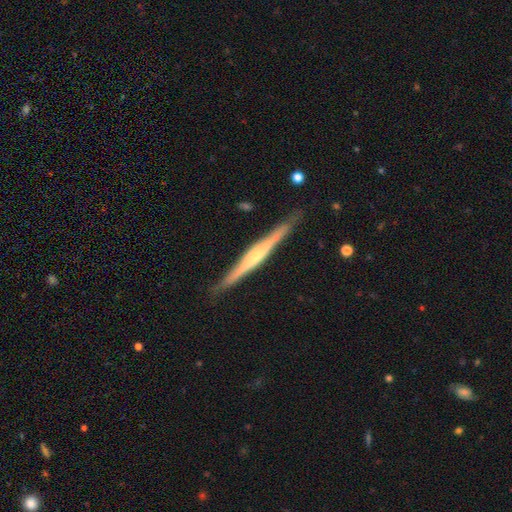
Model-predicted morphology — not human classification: Q: Smooth or featured?
A: featured or disk (78%); runner-up: smooth (17%)
Q: Edge-on disk?
A: yes (98%); runner-up: no (2%)
Q: Edge-on bulge?
A: rounded (65%); runner-up: none (23%)
Q: Merging?
A: none (89%); runner-up: minor disturbance (8%)